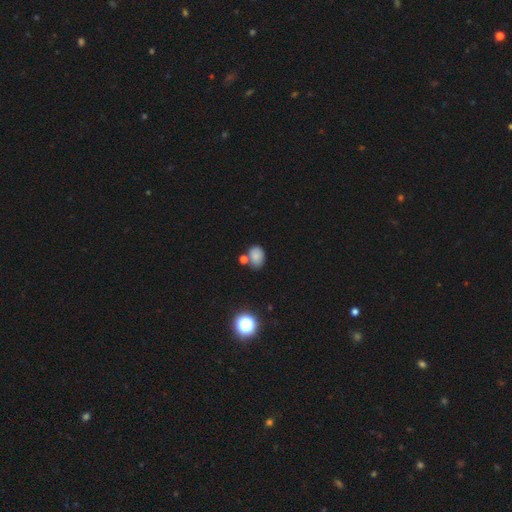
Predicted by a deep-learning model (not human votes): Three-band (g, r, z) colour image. It shows a smooth galaxy with no disk features (79%) that is in between round and cigar-shaped (69%). Merging: none (62%).